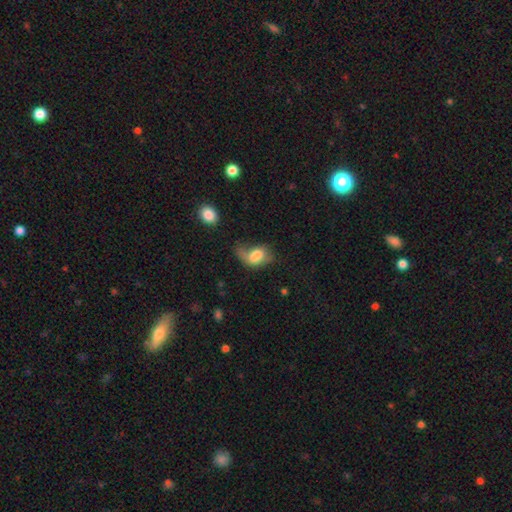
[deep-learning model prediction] smooth-or-featured: smooth: 69% | featured or disk: 21% | star or artifact: 9%
  how-rounded: in between: 82% | round: 16% | cigar-shaped: 2%
  merging: major disturbance: 39% | minor disturbance: 25% | none: 23% | merger: 13%